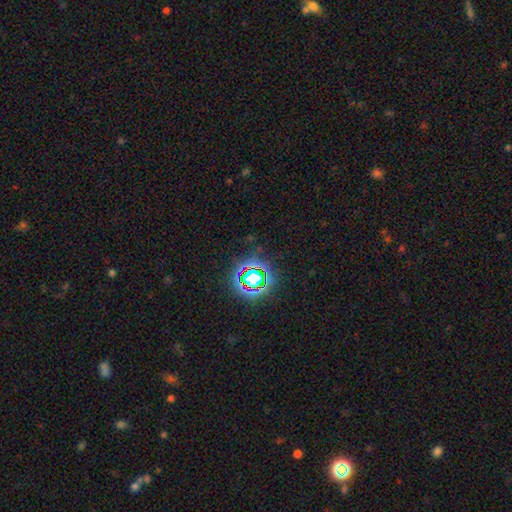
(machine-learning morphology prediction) type=star or artifact (75%).